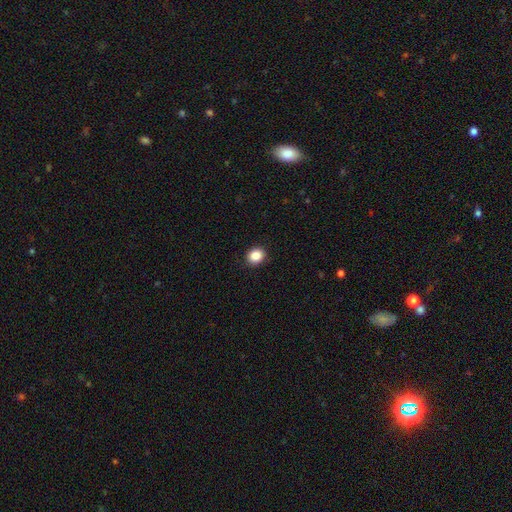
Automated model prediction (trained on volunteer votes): The model was most divided on "how rounded": round: 66%, in between: 33%, cigar-shaped: 1%. More confident: merging — none (91%); smooth or featured — smooth (87%).